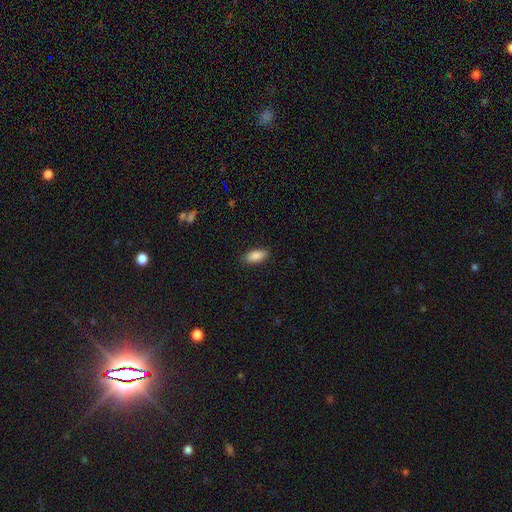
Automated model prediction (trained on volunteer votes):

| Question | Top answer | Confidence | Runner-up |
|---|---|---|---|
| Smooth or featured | smooth | 87% | star or artifact (7%) |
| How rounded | in between | 86% | cigar-shaped (12%) |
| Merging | none | 88% | minor disturbance (9%) |